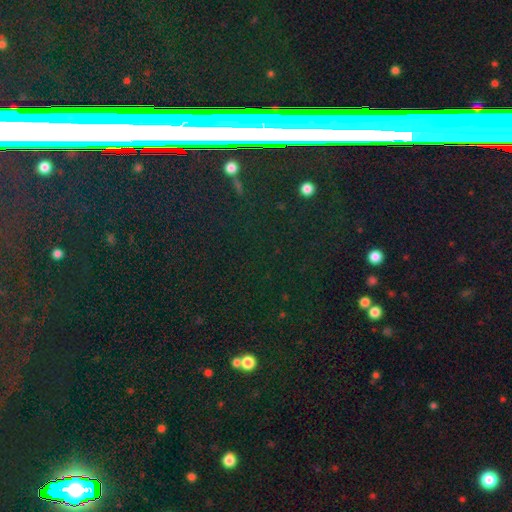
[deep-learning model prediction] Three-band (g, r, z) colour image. It shows a star or artifact, not a galaxy (65%).